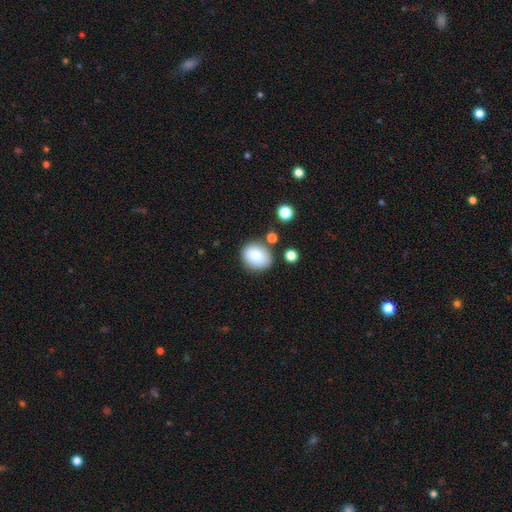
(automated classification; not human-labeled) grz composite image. It shows a smooth galaxy with no disk features (81%) that is round (65%). Merging: none (76%).